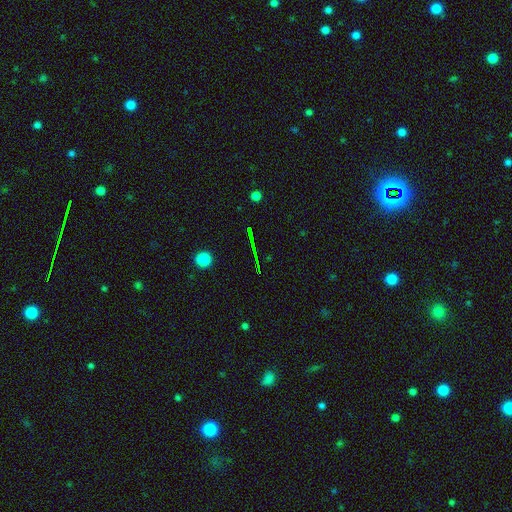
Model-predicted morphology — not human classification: star or artifact 68%, smooth 18%, featured or disk 14%.